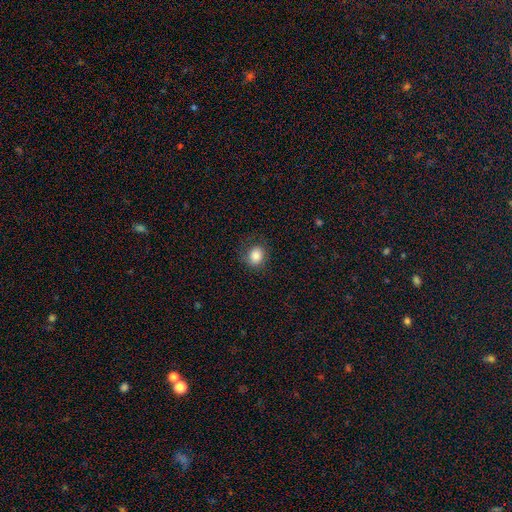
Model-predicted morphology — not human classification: type=smooth (83%); roundness=round (62%); merging=none (72%).